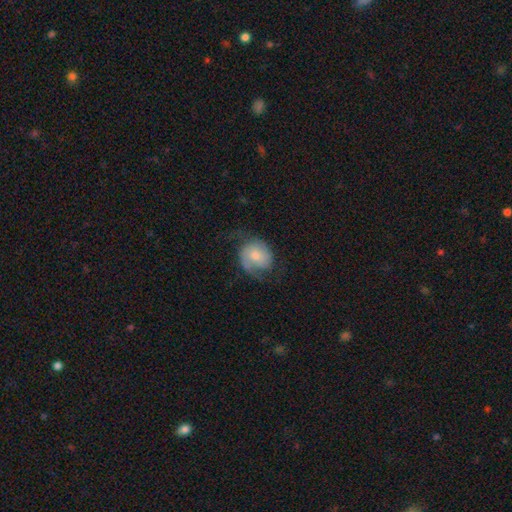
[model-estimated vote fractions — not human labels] A featured or disk galaxy (66%) with no bar (71%), 2 (78%) medium (43%) spiral arms (91%) and a small central bulge (48%).

Vote fractions:
- Smooth or featured? featured or disk: 66% / smooth: 27% / star or artifact: 7%
- Edge-on disk? no: 98% / yes: 2%
- Bar? no: 71% / weak: 24% / strong: 4%
- Spiral arms? yes: 91% / no: 9%
- Spiral winding? medium: 43% / loose: 33% / tight: 24%
- Spiral arm count? 2: 78% / 1: 9% / can't tell: 7% / 3: 2% / 4: 1% / more than 4: 1%
- Bulge size? small: 48% / moderate: 40% / large: 5% / none: 4% / dominant: 2%
- Merging? none: 60% / minor disturbance: 22% / major disturbance: 17% / merger: 1%